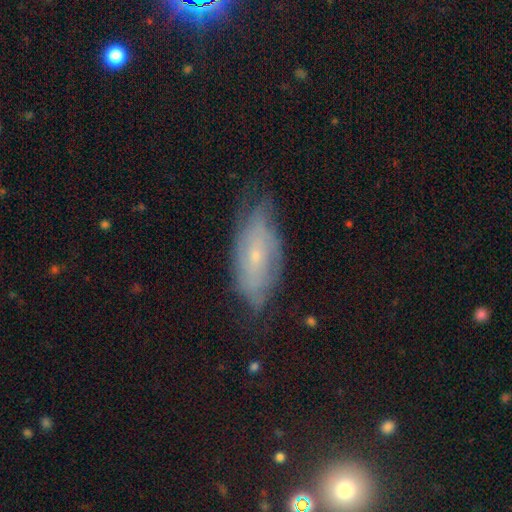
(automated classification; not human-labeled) smooth-or-featured: featured or disk: 58% | smooth: 32% | star or artifact: 10%
  disk-edge-on: no: 86% | yes: 14%
  merging: none: 64% | minor disturbance: 26% | major disturbance: 8% | merger: 2%